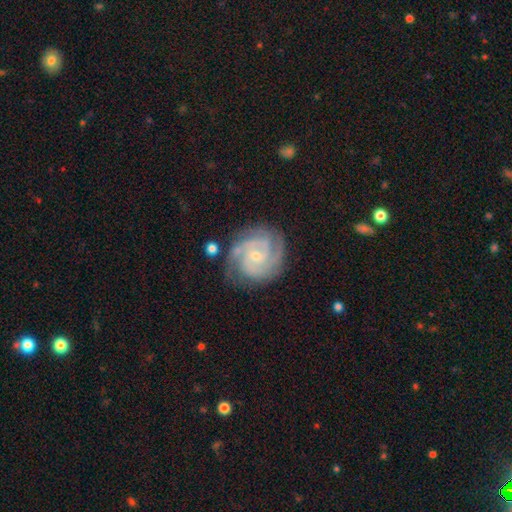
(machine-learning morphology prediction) The model was most divided on "spiral arm count": 3: 44%, 2: 25%, can't tell: 12%, 4: 11%, more than 4: 4%, 1: 4%. More confident: edge-on disk — no (98%); spiral arms — yes (98%); smooth or featured — featured or disk (89%); merging — none (77%); bulge size — small (70%); spiral winding — tight (67%); bar — no (65%).